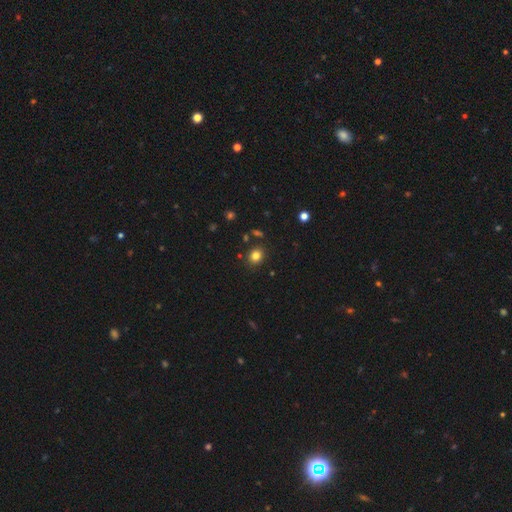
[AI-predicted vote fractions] Smooth or featured?
  - smooth: 82% *
  - star or artifact: 13%
  - featured or disk: 6%
How rounded?
  - round: 67% *
  - in between: 32%
  - cigar-shaped: 1%
Merging?
  - none: 86% *
  - minor disturbance: 8%
  - merger: 3%
  - major disturbance: 2%